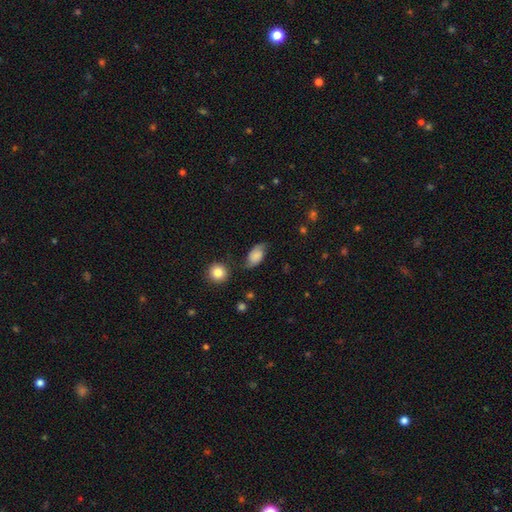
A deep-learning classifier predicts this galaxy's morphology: Smooth or featured: smooth — 63% (featured or disk — 28%)
How rounded: in between — 89% (round — 8%)
Merging: none — 64% (minor disturbance — 25%)